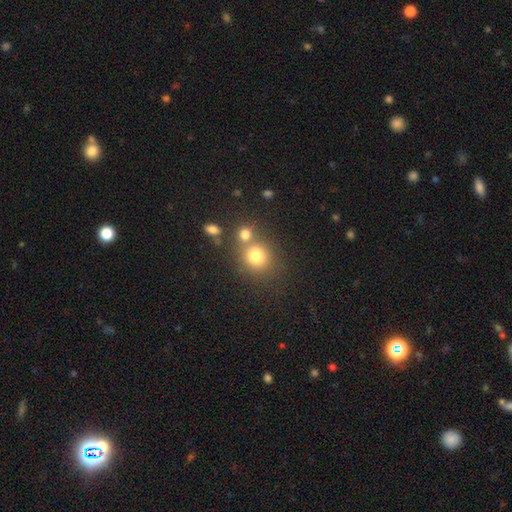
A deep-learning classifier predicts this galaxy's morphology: A smooth galaxy with no disk features (77%) that is round (81%).

Vote fractions:
- Smooth or featured? smooth: 77% / star or artifact: 13% / featured or disk: 10%
- How rounded? round: 81% / in between: 18% / cigar-shaped: 1%
- Merging? none: 55% / merger: 32% / minor disturbance: 9% / major disturbance: 4%